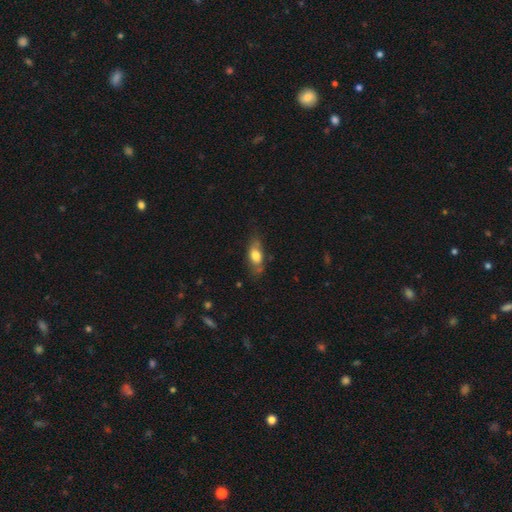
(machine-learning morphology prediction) smooth-or-featured: smooth: 67% | featured or disk: 26% | star or artifact: 7%
  how-rounded: in between: 79% | cigar-shaped: 15% | round: 6%
  merging: none: 64% | minor disturbance: 25% | major disturbance: 9% | merger: 2%